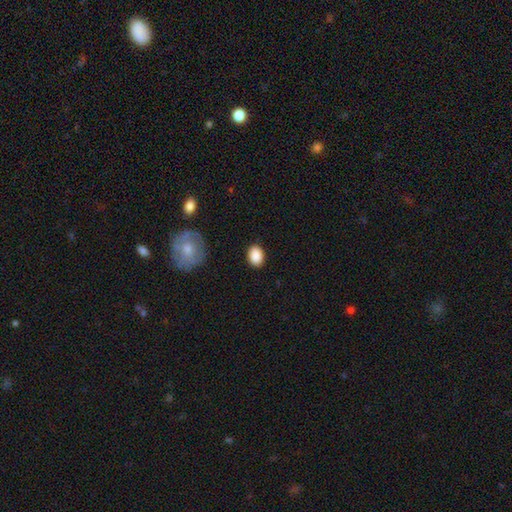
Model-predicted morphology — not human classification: smooth 89%, star or artifact 7%, featured or disk 4%. Down the decision tree: how rounded — in between (71%); merging — none (86%).